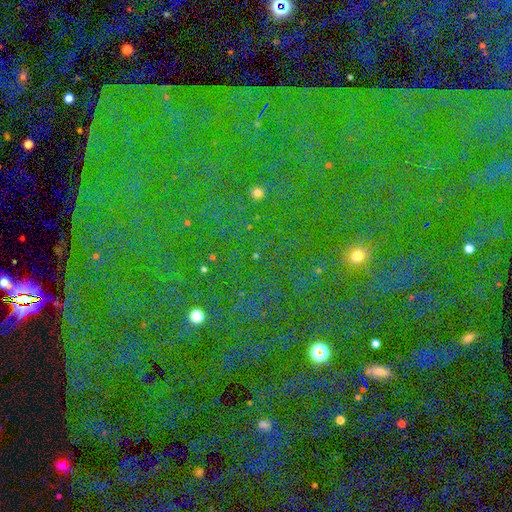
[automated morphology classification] This appears to be a star or artifact, not a galaxy (81%).